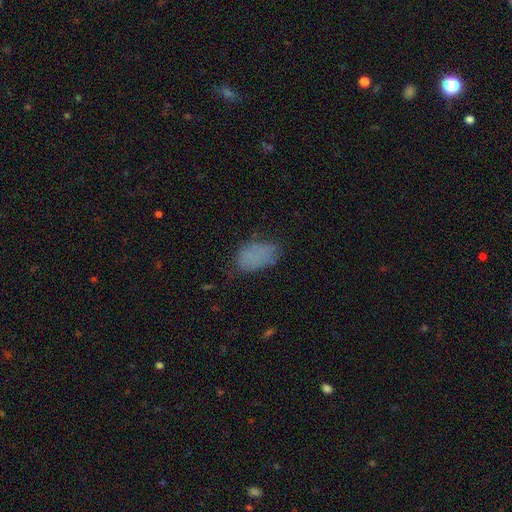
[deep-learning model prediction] This appears to be a smooth galaxy with no disk features (75%) that is in between round and cigar-shaped (91%). Merging: none (60%).